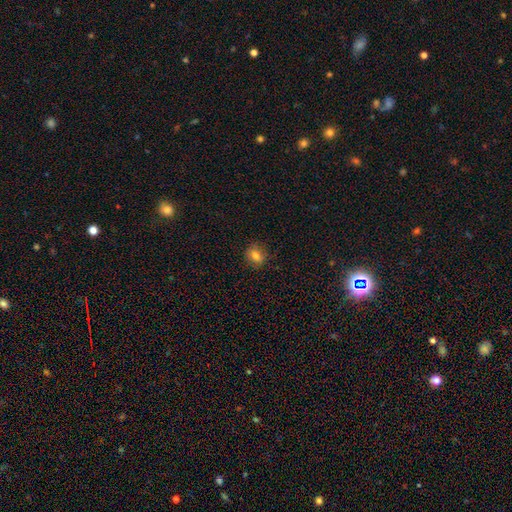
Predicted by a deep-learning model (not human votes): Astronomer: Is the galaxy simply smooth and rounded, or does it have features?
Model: smooth — 77%.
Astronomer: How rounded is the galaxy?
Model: round — 62%.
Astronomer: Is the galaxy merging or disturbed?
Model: none — 84%.